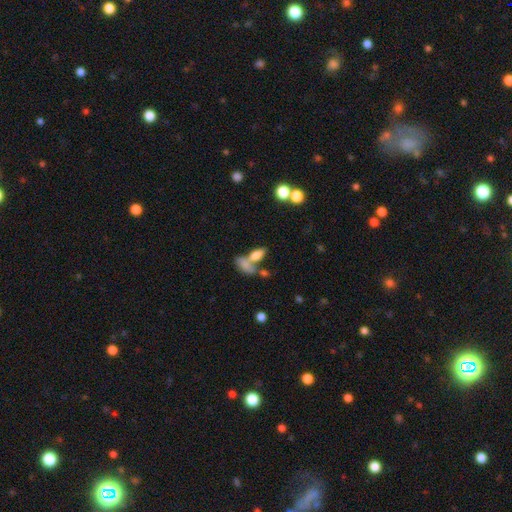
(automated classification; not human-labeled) A smooth galaxy with no disk features (74%) that is in between round and cigar-shaped (83%).

Vote fractions:
- Smooth or featured? smooth: 74% / featured or disk: 16% / star or artifact: 10%
- How rounded? in between: 83% / cigar-shaped: 12% / round: 6%
- Merging? merger: 50% / none: 34% / minor disturbance: 10% / major disturbance: 7%